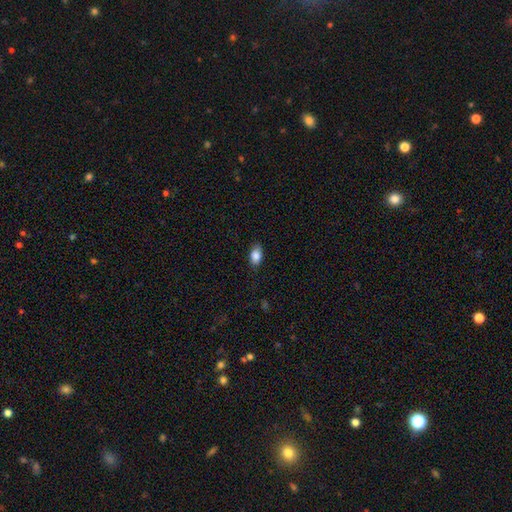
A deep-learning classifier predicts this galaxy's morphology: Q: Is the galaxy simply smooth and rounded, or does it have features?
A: smooth — 86%.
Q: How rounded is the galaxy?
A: in between — 90%.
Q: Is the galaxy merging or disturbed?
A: none — 85%.